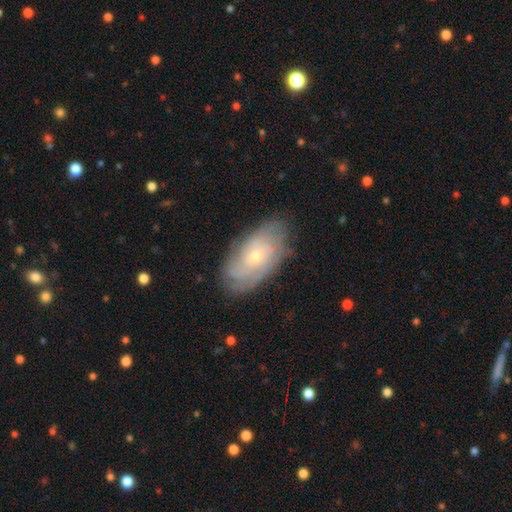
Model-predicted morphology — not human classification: smooth-or-featured: featured or disk: 72% | smooth: 21% | star or artifact: 7%
  disk-edge-on: no: 94% | yes: 6%
    bar: no: 79% | weak: 18% | strong: 3%
    has-spiral-arms: yes: 89% | no: 11%
      spiral-winding: tight: 70% | medium: 23% | loose: 7%
      spiral-arm-count: can't tell: 53% | 4: 13% | 2: 12% | 3: 11% | more than 4: 6% | 1: 5%
    bulge-size: small: 72% | moderate: 25% | large: 1% | none: 1% | dominant: 1%
  merging: none: 78% | minor disturbance: 17% | major disturbance: 4% | merger: 1%